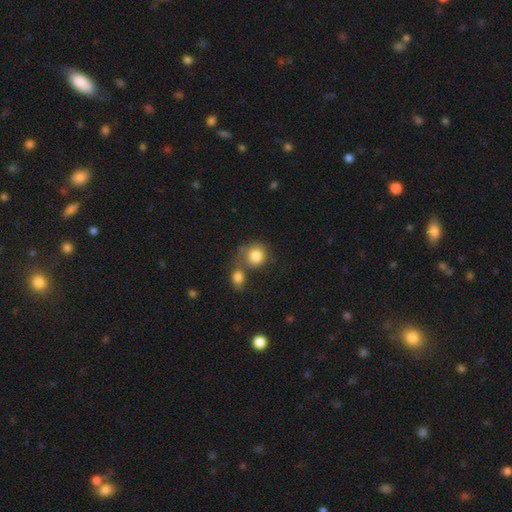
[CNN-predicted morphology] Q: Smooth or featured?
A: smooth (83%); runner-up: featured or disk (9%)
Q: How rounded?
A: round (85%); runner-up: in between (14%)
Q: Merging?
A: merger (44%); runner-up: none (38%)